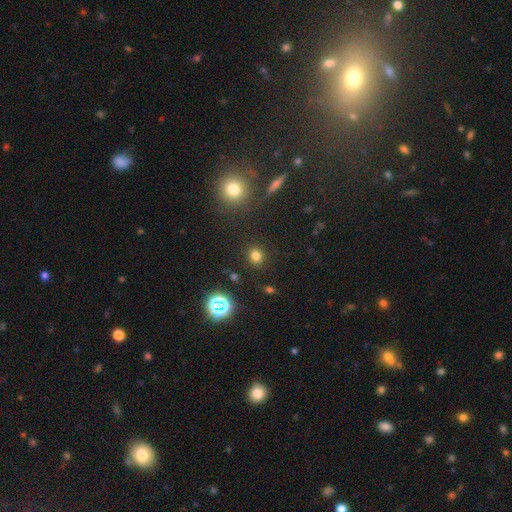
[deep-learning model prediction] Overall: smooth (76%). How rounded: round (78%). Merging: none (87%).